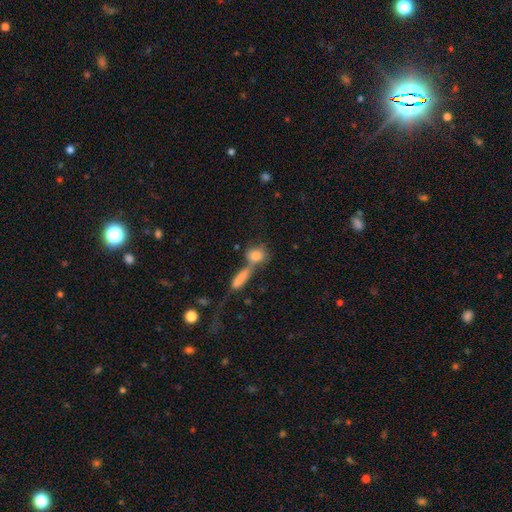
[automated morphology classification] Overall: smooth (78%). How rounded: round (61%; in between 30%). Merging: none (43%; merger 41%).